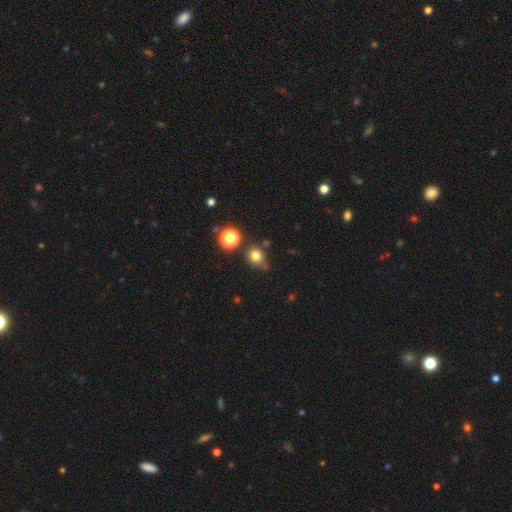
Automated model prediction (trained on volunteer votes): This appears to be a smooth galaxy with no disk features (78%) that is round (73%). Merging: none (67%).